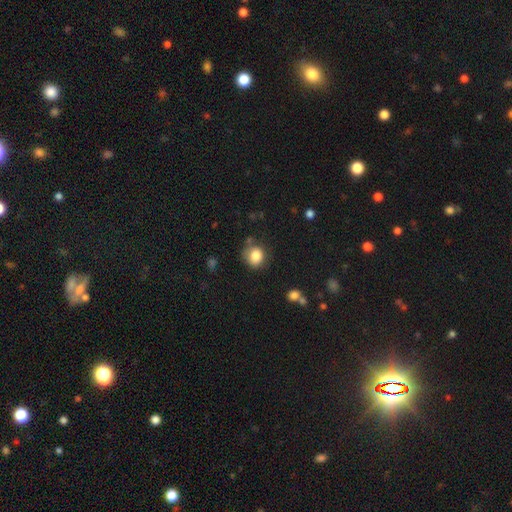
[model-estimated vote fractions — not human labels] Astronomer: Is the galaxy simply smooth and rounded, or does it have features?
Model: smooth — 84%.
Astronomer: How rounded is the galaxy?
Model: round — 80%.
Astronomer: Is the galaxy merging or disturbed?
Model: none — 71%.